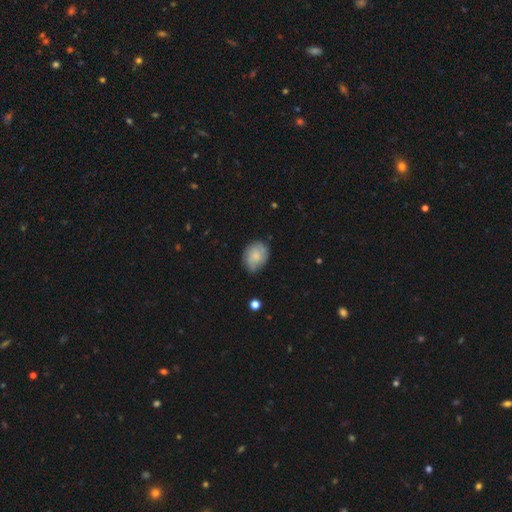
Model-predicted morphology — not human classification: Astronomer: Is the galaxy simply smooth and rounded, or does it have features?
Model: smooth — 57% (runner-up: featured or disk, 36%).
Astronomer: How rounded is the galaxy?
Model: in between — 59% (runner-up: round, 40%).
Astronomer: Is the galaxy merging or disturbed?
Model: none — 69%.